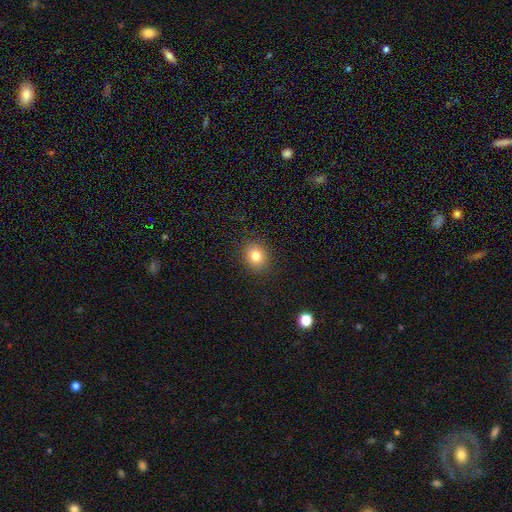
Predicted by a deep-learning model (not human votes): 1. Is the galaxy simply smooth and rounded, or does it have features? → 80% smooth, 12% star or artifact, 8% featured or disk.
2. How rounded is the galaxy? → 71% round, 28% in between, 1% cigar-shaped.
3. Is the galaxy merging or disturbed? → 90% none, 7% minor disturbance, 2% major disturbance, 1% merger.